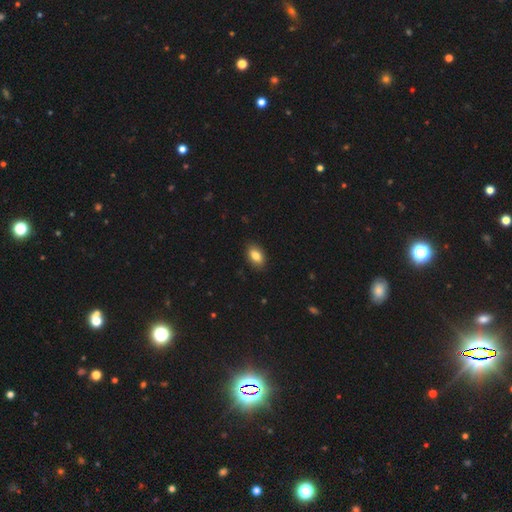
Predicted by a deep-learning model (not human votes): This is clearly a smooth galaxy (84%). How rounded: clearly in between (91%). Merging: clearly none (88%).